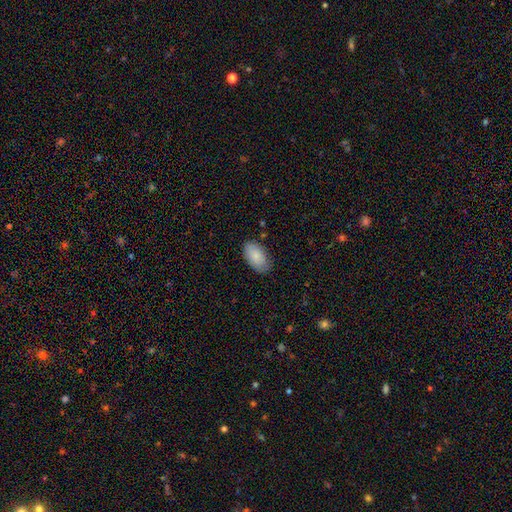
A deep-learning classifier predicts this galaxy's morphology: The model was most divided on "merging": none: 81%, minor disturbance: 15%, major disturbance: 3%, merger: 1%. More confident: how rounded — in between (95%); smooth or featured — smooth (87%).